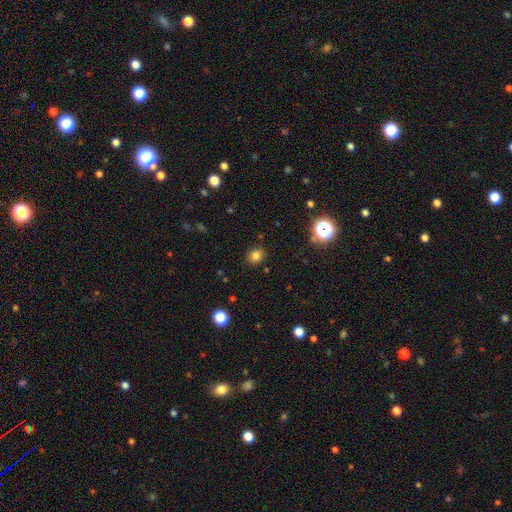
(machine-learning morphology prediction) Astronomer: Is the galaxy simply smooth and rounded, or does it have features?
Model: smooth — 79%.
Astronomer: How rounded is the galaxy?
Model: round — 85%.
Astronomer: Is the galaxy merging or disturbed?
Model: none — 89%.